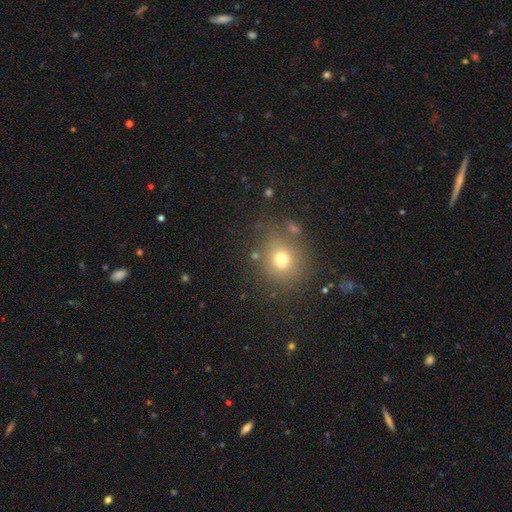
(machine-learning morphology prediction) This is likely a smooth galaxy (67%). How rounded: clearly round (85%). Merging: likely none (79%).